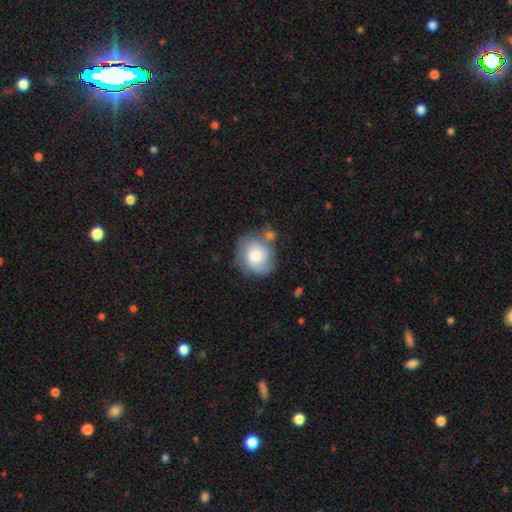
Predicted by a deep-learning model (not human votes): smooth_or_featured: smooth (p=0.59) [alt: featured or disk p=0.33]
how_rounded: round (p=0.67) [alt: in between p=0.32]
merging: none (p=0.52) [alt: minor disturbance p=0.26]